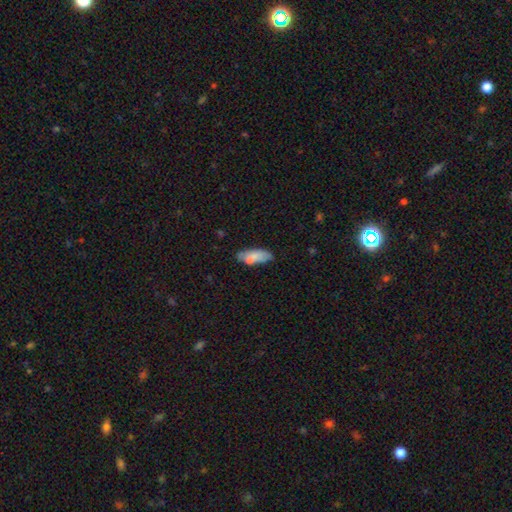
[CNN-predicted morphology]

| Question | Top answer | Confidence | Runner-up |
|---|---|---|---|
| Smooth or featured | smooth | 77% | featured or disk (16%) |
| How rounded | in between | 78% | cigar-shaped (19%) |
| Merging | none | 60% | minor disturbance (22%) |